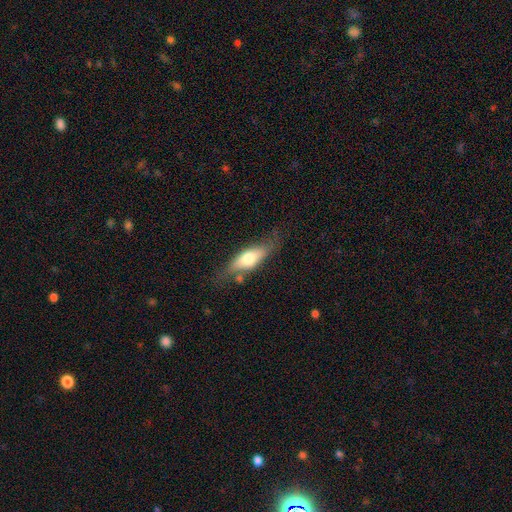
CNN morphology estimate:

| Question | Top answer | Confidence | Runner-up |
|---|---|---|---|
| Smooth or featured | featured or disk | 51% | smooth (41%) |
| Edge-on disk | yes | 70% | no (30%) |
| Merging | none | 69% | minor disturbance (22%) |